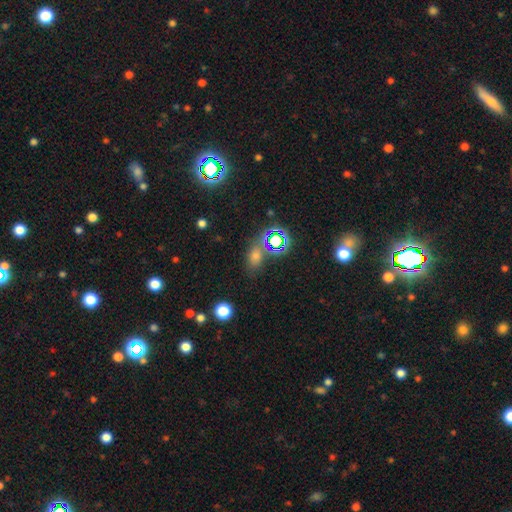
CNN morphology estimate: smooth 49%, star or artifact 41%, featured or disk 10%. Down the decision tree: merging — none (67%).